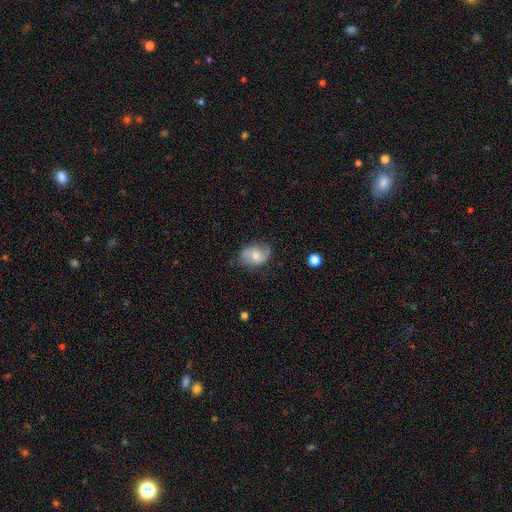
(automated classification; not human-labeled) This appears to be a smooth galaxy with no disk features (47%). Merging: none (70%).